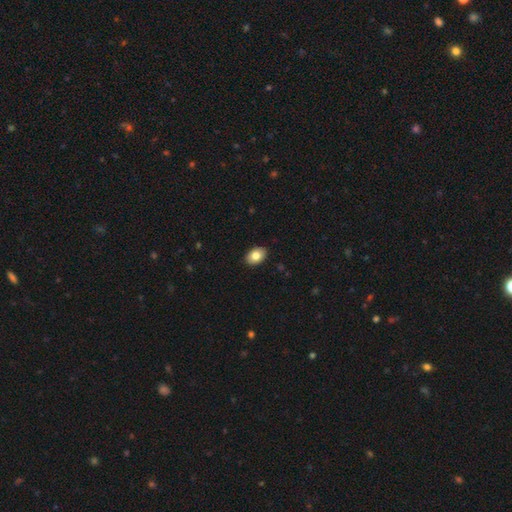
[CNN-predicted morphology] This is clearly a smooth galaxy (81%). How rounded: clearly in between (82%). Merging: clearly none (90%).